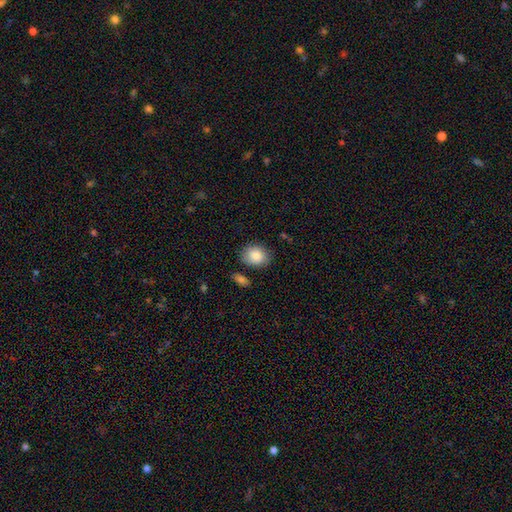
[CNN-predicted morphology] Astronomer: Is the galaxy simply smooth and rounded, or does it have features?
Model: smooth — 86%.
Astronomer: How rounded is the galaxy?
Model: in between — 50% (runner-up: round, 49%).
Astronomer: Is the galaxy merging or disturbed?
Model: none — 76%.